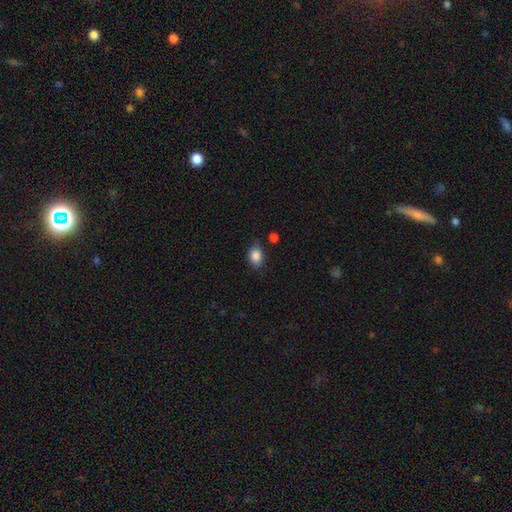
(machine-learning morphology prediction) This is clearly a smooth galaxy (86%). How rounded: likely in between (76%). Merging: likely none (75%).